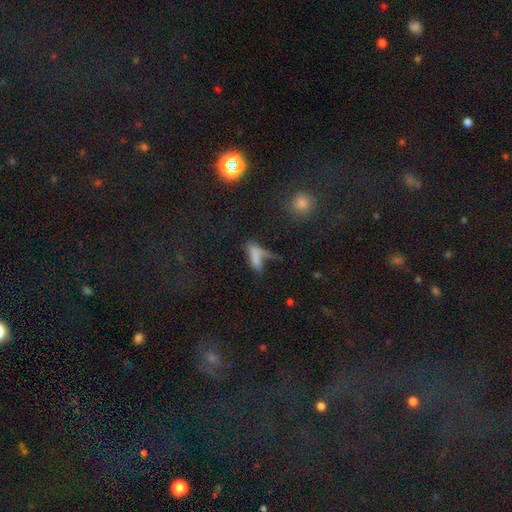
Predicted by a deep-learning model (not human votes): smooth-or-featured: smooth: 63% | featured or disk: 21% | star or artifact: 16%
  how-rounded: cigar-shaped: 53% | in between: 42% | round: 5%
  merging: major disturbance: 33% | none: 31% | merger: 18% | minor disturbance: 18%